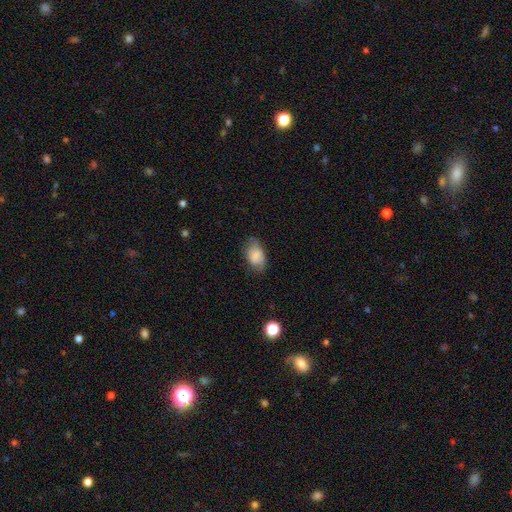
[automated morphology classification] smooth_or_featured: smooth (p=0.77) [alt: featured or disk p=0.15]
how_rounded: in between (p=0.90) [alt: round p=0.09]
merging: none (p=0.64) [alt: minor disturbance p=0.27]